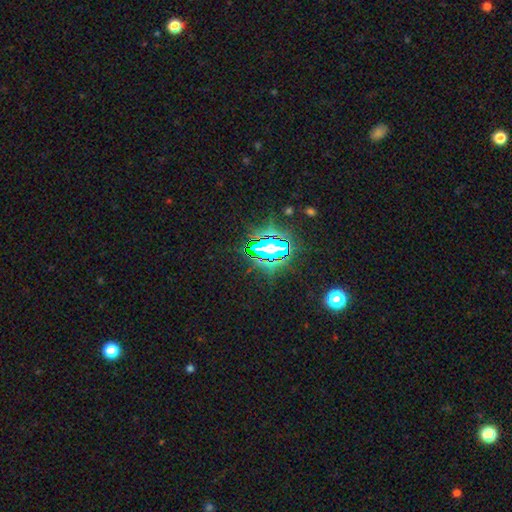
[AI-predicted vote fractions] Smooth or featured? star or artifact (81%)